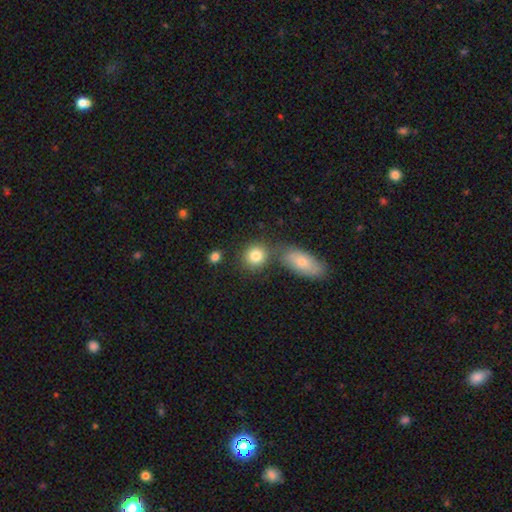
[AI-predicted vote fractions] Smooth or featured: smooth — 83% (star or artifact — 9%)
How rounded: round — 77% (in between — 21%)
Merging: none — 66% (merger — 21%)